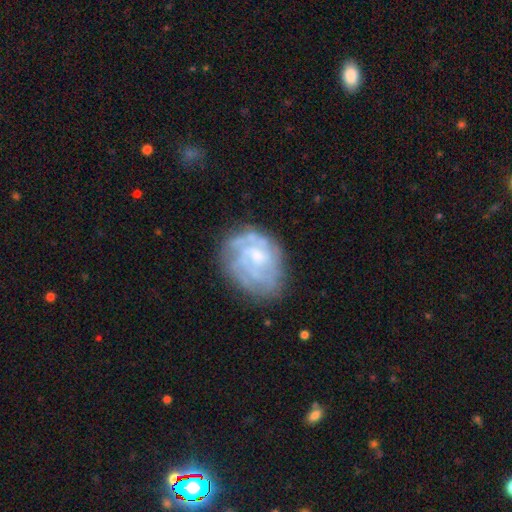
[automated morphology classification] type=featured or disk (73%); edge-on=no (98%); bar=no (58%); spiral arms=yes (77%); winding=tight (58%); arm count=can't tell (50%); bulge=small (38%); merging=none (63%).